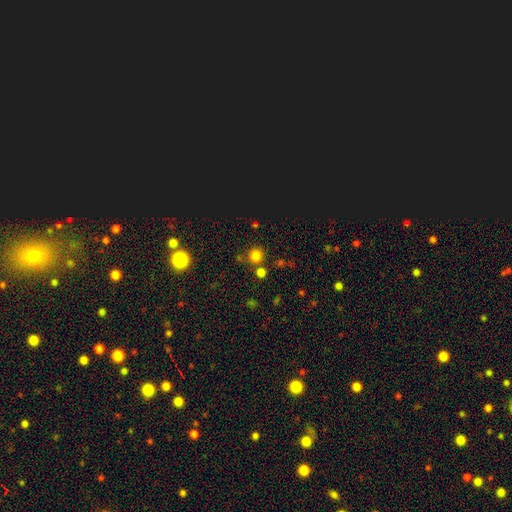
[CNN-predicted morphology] Smooth or featured: smooth — 73% (star or artifact — 21%)
How rounded: round — 92% (in between — 7%)
Merging: none — 77% (merger — 11%)